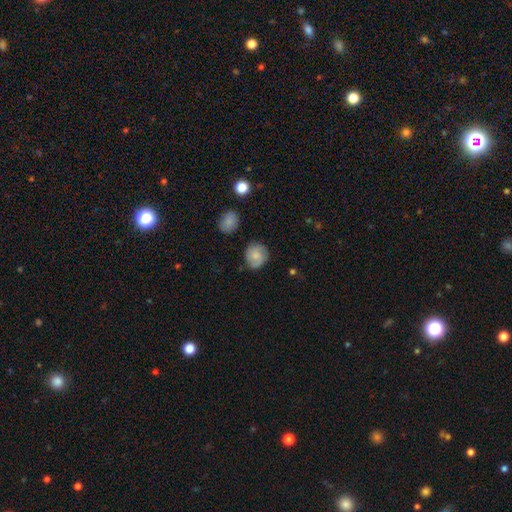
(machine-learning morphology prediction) Smooth or featured: smooth — 58% (featured or disk — 34%)
How rounded: round — 79% (in between — 20%)
Merging: none — 73% (minor disturbance — 19%)